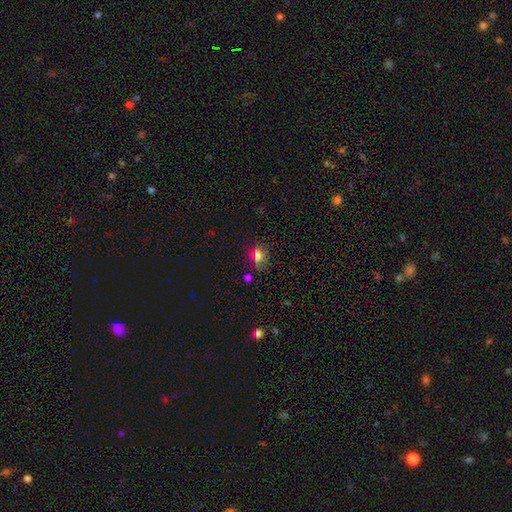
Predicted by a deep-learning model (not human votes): smooth_or_featured: smooth (p=0.67) [alt: star or artifact p=0.24]
how_rounded: round (p=0.57) [alt: in between p=0.40]
merging: none (p=0.80) [alt: minor disturbance p=0.12]